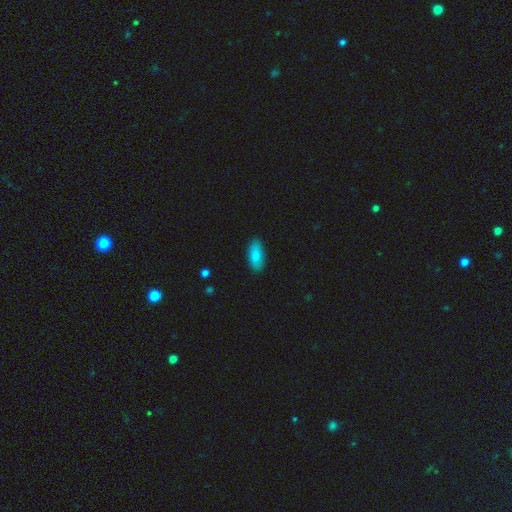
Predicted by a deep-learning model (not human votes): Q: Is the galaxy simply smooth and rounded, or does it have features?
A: smooth — 80%.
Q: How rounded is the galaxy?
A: in between — 86%.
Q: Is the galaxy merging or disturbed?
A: none — 88%.